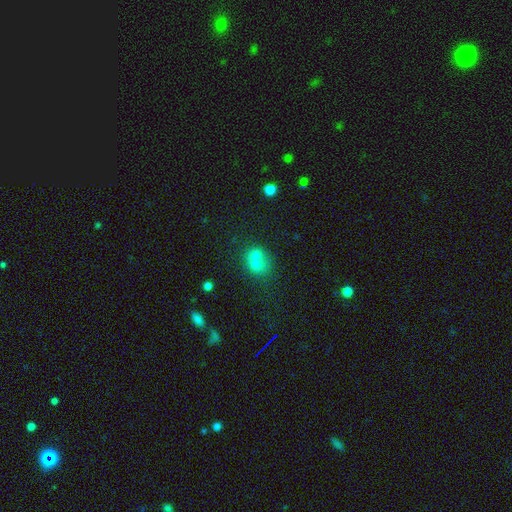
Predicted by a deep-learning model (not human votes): A smooth galaxy with no disk features (60%) that is round (68%).

Vote fractions:
- Smooth or featured? smooth: 60% / star or artifact: 22% / featured or disk: 18%
- How rounded? round: 68% / in between: 31% / cigar-shaped: 1%
- Merging? merger: 56% / none: 33% / minor disturbance: 7% / major disturbance: 4%